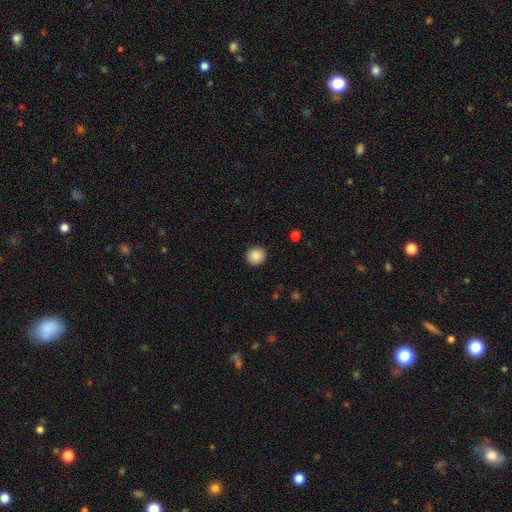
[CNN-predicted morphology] Smooth or featured? Predicted: smooth (p=0.88). How rounded? Predicted: round (p=0.91). Merging? Predicted: none (p=0.92).